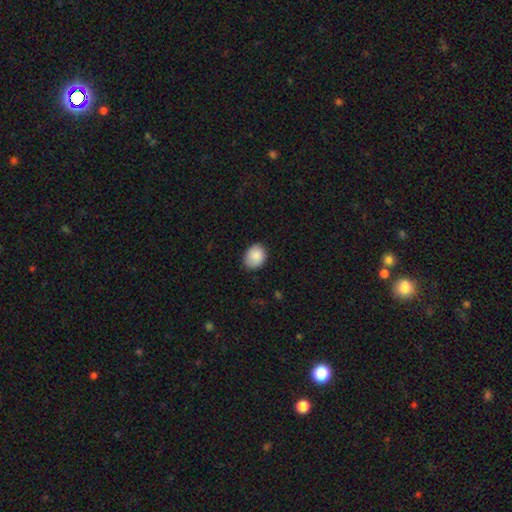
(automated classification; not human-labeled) Morphology: type=smooth (88%); roundness=round (52%); merging=none (81%).